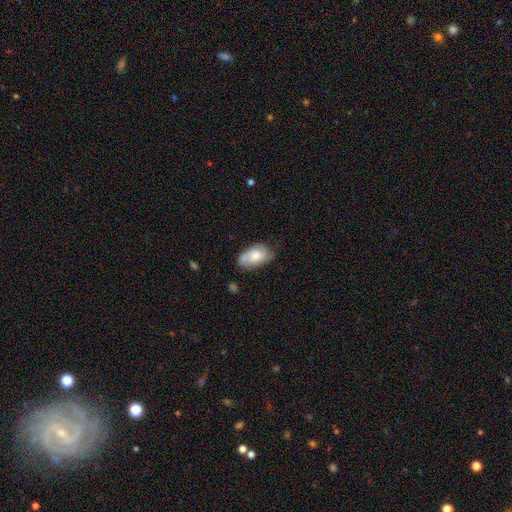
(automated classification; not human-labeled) Smooth or featured: smooth — 63% (featured or disk — 30%)
How rounded: in between — 91% (round — 7%)
Merging: none — 53% (minor disturbance — 30%)